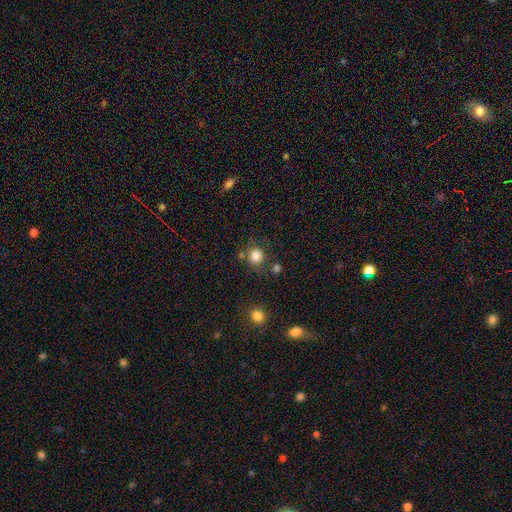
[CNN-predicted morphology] Overall: smooth (84%). How rounded: round (83%). Merging: none (74%).